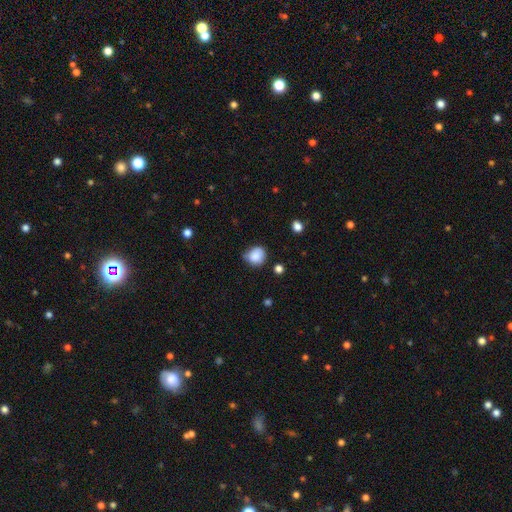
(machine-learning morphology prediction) smooth 84%, star or artifact 9%, featured or disk 7%. Down the decision tree: how rounded — round (77%); merging — none (55%).